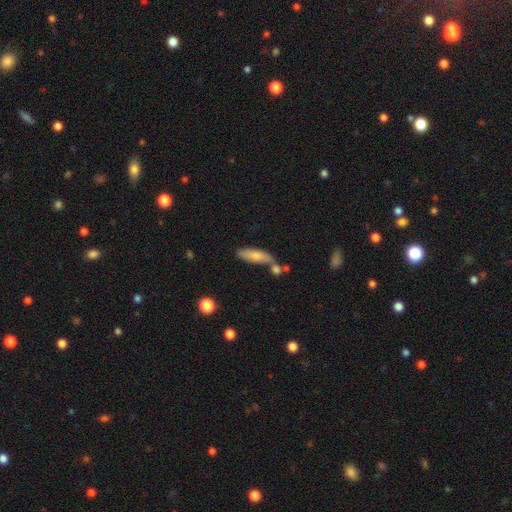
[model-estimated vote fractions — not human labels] Smooth or featured? Predicted: smooth (p=0.75). How rounded? Predicted: in between (p=0.56). Merging? Predicted: none (p=0.52).